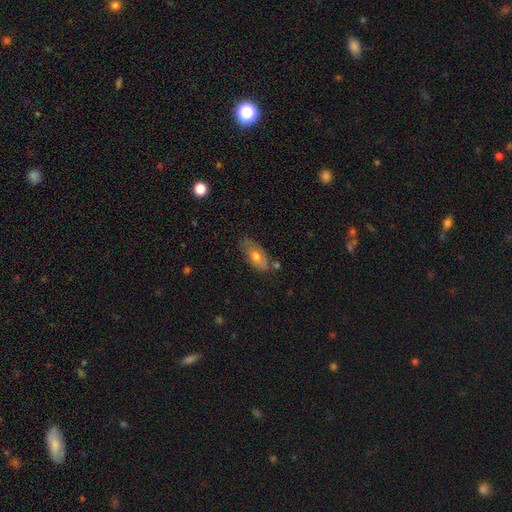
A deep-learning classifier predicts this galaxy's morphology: type=smooth (67%); roundness=in between (87%); merging=none (64%).